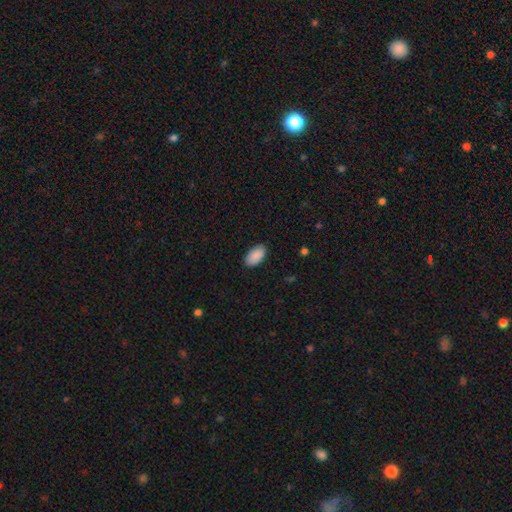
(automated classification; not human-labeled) A smooth galaxy with no disk features (90%) that is in between round and cigar-shaped (95%). Merging: none (87%).